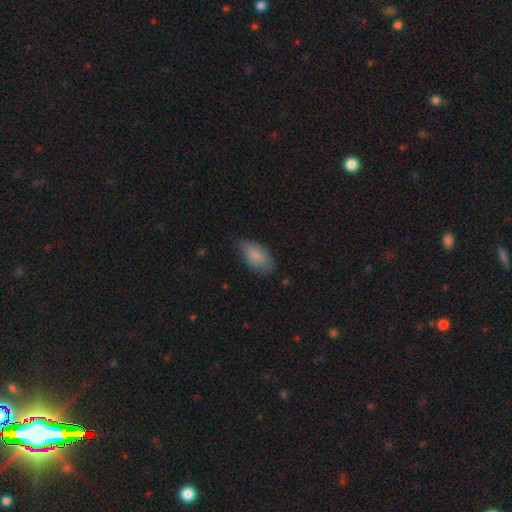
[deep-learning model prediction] Morphology: type=smooth (82%); roundness=in between (93%); merging=none (60%).